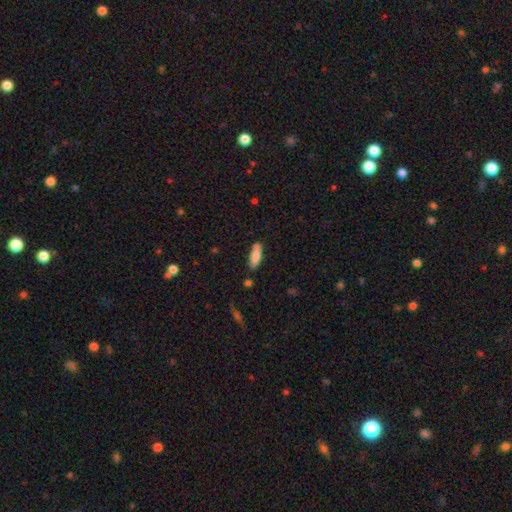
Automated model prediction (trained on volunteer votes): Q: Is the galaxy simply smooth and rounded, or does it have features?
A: smooth — 83%.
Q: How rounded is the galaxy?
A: in between — 52%.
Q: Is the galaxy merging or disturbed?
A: none — 77%.